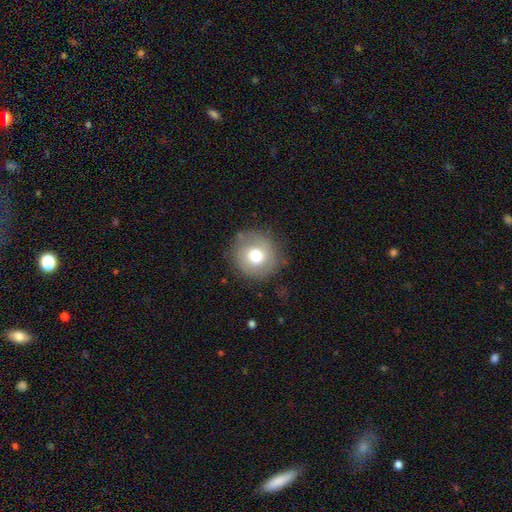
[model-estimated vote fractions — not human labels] smooth-or-featured: smooth: 70% | featured or disk: 20% | star or artifact: 10%
  how-rounded: round: 92% | in between: 7% | cigar-shaped: 1%
  merging: none: 81% | minor disturbance: 13% | major disturbance: 5% | merger: 1%